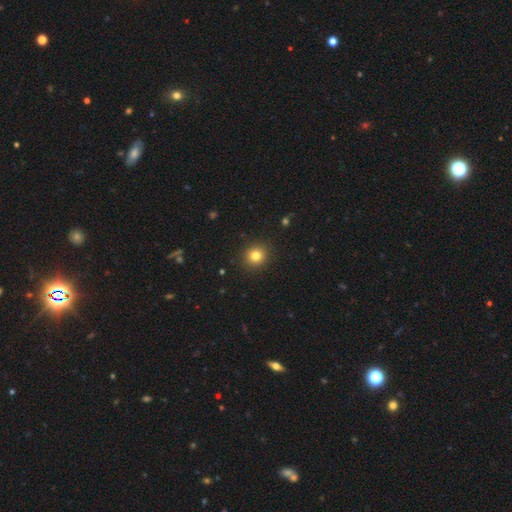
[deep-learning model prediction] The model was most divided on "smooth or featured": smooth: 81%, star or artifact: 13%, featured or disk: 7%. More confident: merging — none (92%); how rounded — round (90%).